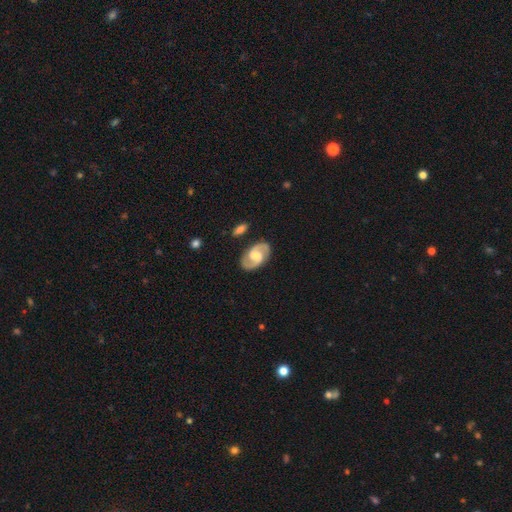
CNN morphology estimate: Smooth or featured? featured or disk (82%)
Edge-on disk? no (97%)
Bar? weak (51%)
Spiral arms? yes (94%)
Spiral winding? medium (55%)
Spiral arm count? 2 (92%)
Bulge size? moderate (57%)
Merging? none (84%)